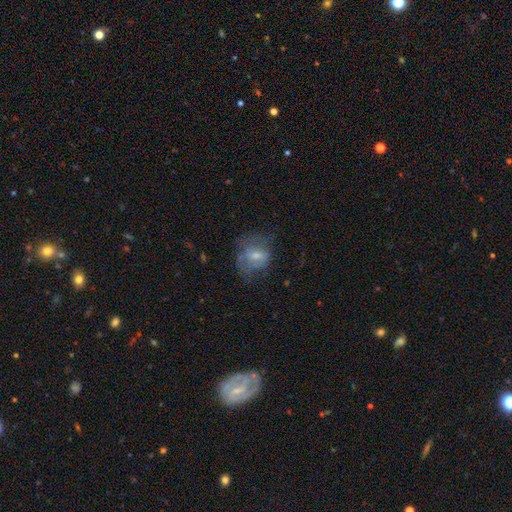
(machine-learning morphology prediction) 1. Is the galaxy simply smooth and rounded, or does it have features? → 46% smooth, 40% featured or disk, 15% star or artifact.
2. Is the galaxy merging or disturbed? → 55% none, 23% minor disturbance, 20% major disturbance, 2% merger.